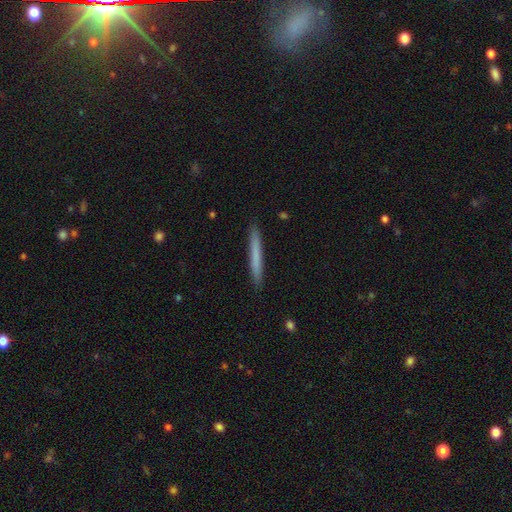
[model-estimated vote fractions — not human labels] smooth-or-featured: smooth: 69% | featured or disk: 25% | star or artifact: 6%
  how-rounded: cigar-shaped: 97% | in between: 2% | round: 1%
  merging: none: 91% | minor disturbance: 7% | major disturbance: 1% | merger: 1%